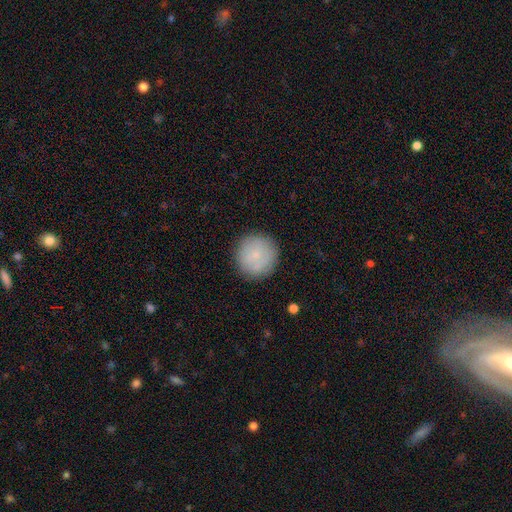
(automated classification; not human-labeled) smooth_or_featured: smooth (p=0.77) [alt: featured or disk p=0.15]
how_rounded: round (p=0.95) [alt: in between p=0.04]
merging: none (p=0.86) [alt: minor disturbance p=0.10]